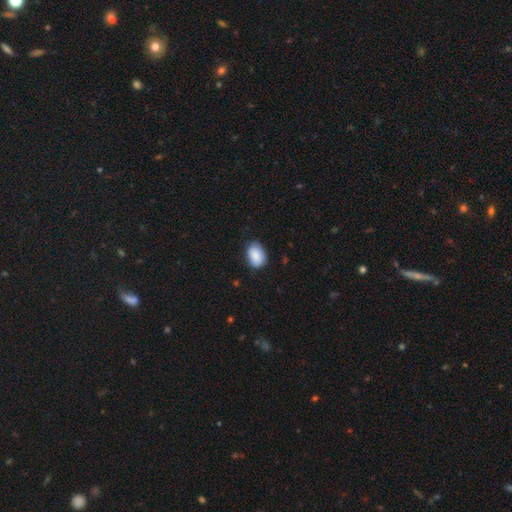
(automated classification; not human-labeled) Smooth or featured? Predicted: smooth (p=0.88). How rounded? Predicted: in between (p=0.84). Merging? Predicted: none (p=0.78).